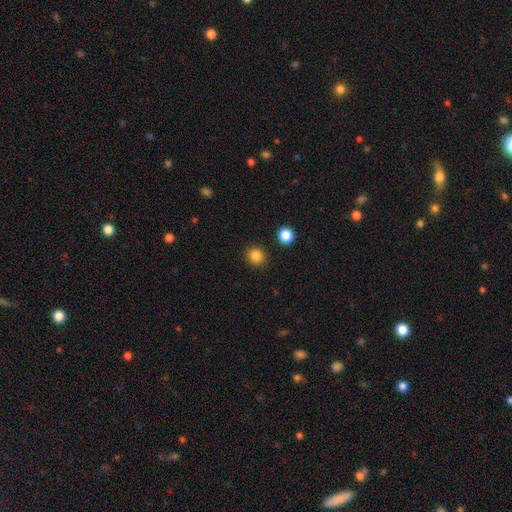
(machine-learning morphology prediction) smooth-or-featured: smooth: 84% | star or artifact: 12% | featured or disk: 4%
  how-rounded: round: 85% | in between: 15% | cigar-shaped: 1%
  merging: none: 90% | minor disturbance: 6% | major disturbance: 2% | merger: 2%